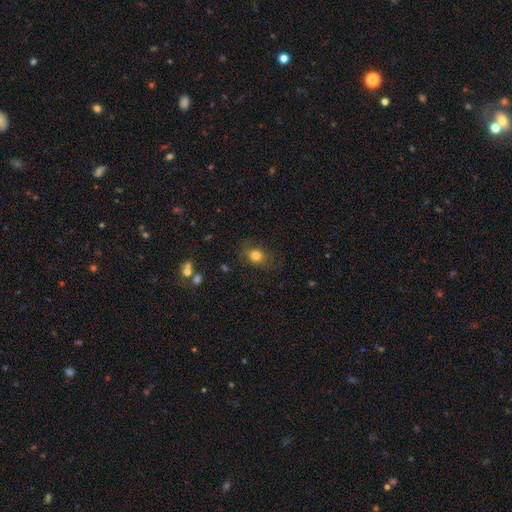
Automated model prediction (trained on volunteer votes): The model was most divided on "how rounded": round: 50%, in between: 49%, cigar-shaped: 1%. More confident: smooth or featured — smooth (78%); merging — none (74%).